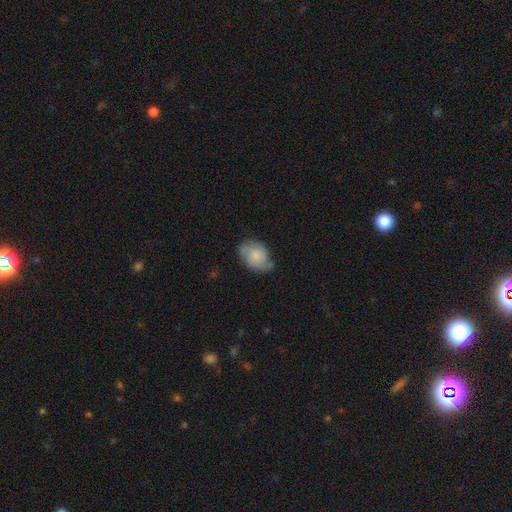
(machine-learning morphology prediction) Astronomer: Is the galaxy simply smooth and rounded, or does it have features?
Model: smooth — 59%.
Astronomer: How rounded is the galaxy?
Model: in between — 72%.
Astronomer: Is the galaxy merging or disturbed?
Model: none — 53% (runner-up: minor disturbance, 34%).